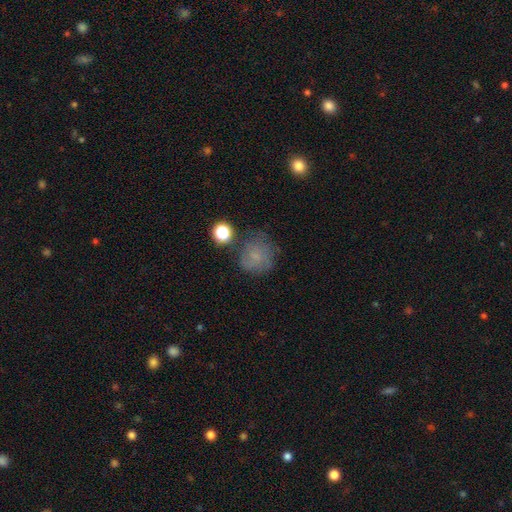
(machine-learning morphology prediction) Smooth or featured? smooth (61%)
How rounded? round (83%)
Merging? none (61%)